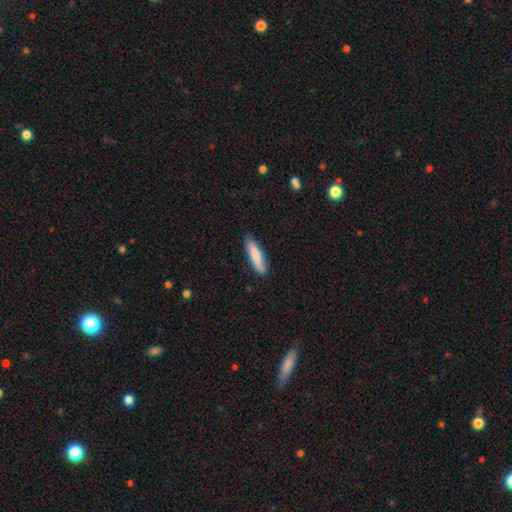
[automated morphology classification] Smooth or featured: smooth — 80% (featured or disk — 15%)
How rounded: cigar-shaped — 79% (in between — 20%)
Merging: none — 87% (minor disturbance — 10%)